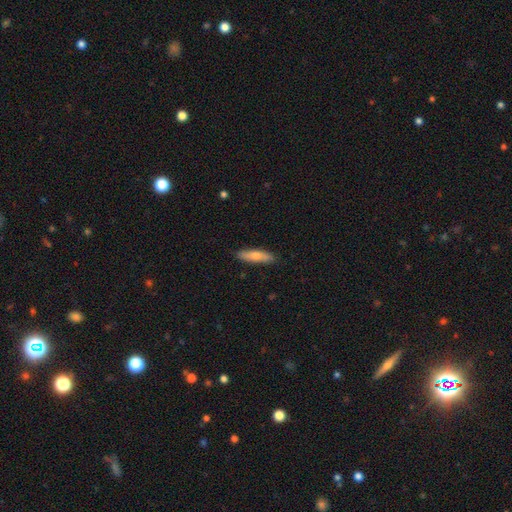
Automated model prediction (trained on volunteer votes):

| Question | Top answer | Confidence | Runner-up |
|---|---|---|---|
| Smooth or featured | smooth | 72% | featured or disk (23%) |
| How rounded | cigar-shaped | 73% | in between (26%) |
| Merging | none | 87% | minor disturbance (10%) |